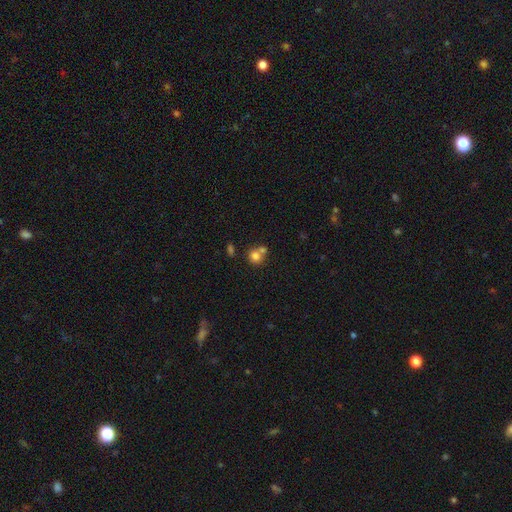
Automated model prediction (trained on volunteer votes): Smooth or featured?
  - smooth: 77% *
  - star or artifact: 12%
  - featured or disk: 11%
How rounded?
  - round: 84% *
  - in between: 15%
  - cigar-shaped: 1%
Merging?
  - none: 47% *
  - merger: 41%
  - minor disturbance: 8%
  - major disturbance: 3%